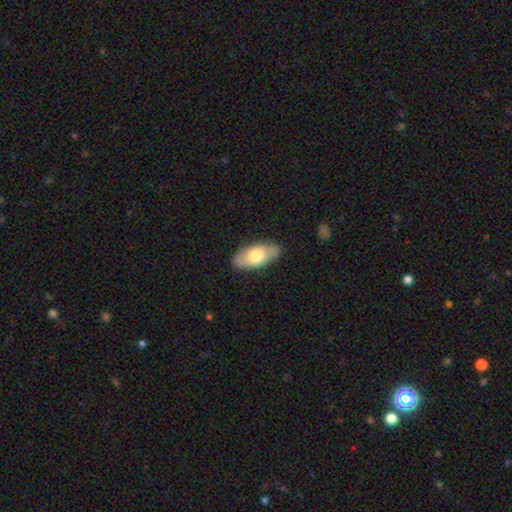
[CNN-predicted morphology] smooth 65%, featured or disk 29%, star or artifact 5%. Down the decision tree: how rounded — in between (91%); merging — none (85%).